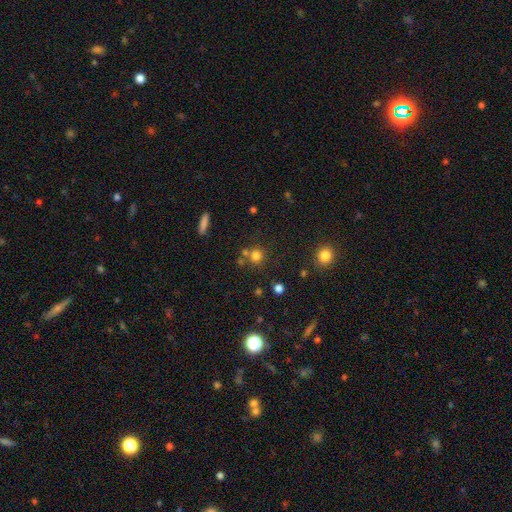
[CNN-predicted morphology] Smooth or featured? smooth (75%)
How rounded? round (88%)
Merging? none (66%)